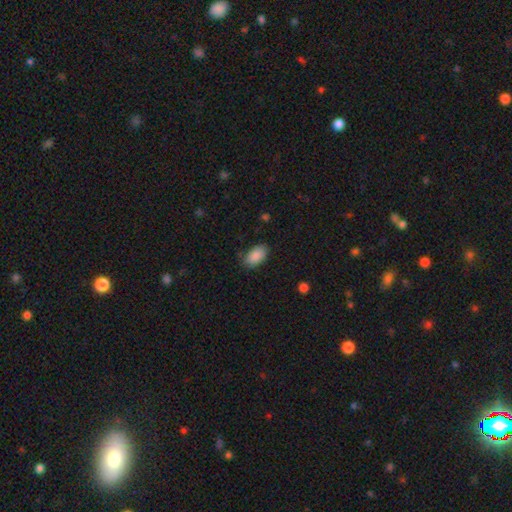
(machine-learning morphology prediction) smooth-or-featured: smooth: 89% | star or artifact: 7% | featured or disk: 4%
  how-rounded: in between: 93% | round: 5% | cigar-shaped: 2%
  merging: none: 80% | minor disturbance: 16% | major disturbance: 4% | merger: 1%